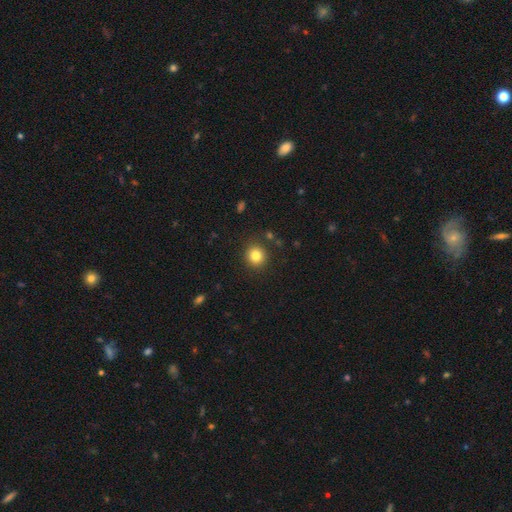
A smooth galaxy with no disk features (85%) that is round (91%).

Vote fractions:
- Smooth or featured? smooth: 85% / featured or disk: 10% / star or artifact: 5%
- How rounded? round: 91% / in between: 9% / cigar-shaped: 0%
- Merging? none: 86% / minor disturbance: 8% / major disturbance: 3% / merger: 3%